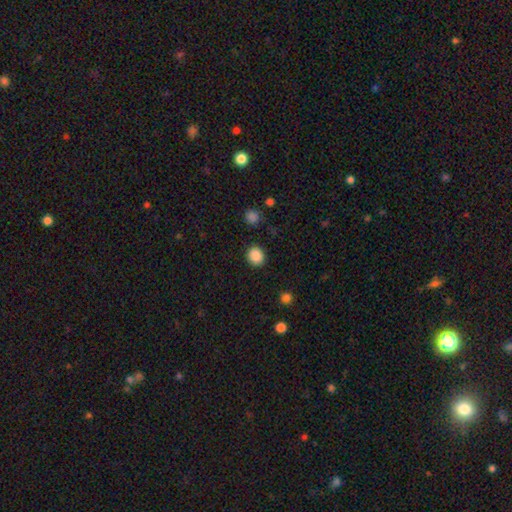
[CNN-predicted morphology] smooth_or_featured: smooth (p=0.88) [alt: star or artifact p=0.10]
how_rounded: round (p=0.76) [alt: in between p=0.23]
merging: none (p=0.90) [alt: minor disturbance p=0.06]